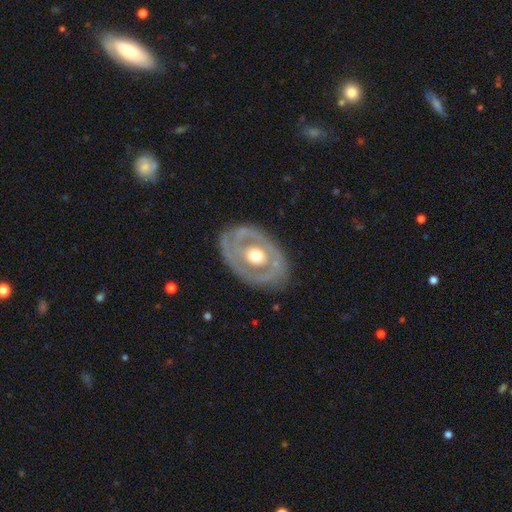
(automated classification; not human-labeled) The model was most divided on "spiral arms": no: 71%, yes: 29%. More confident: edge-on disk — no (92%); merging — none (79%); bar — no (77%); bulge size — moderate (72%); smooth or featured — featured or disk (72%).